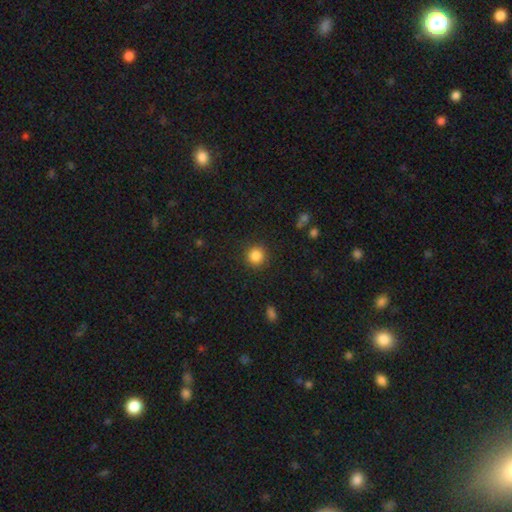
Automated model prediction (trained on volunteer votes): Smooth or featured: smooth — 85% (star or artifact — 10%)
How rounded: round — 94% (in between — 5%)
Merging: none — 90% (minor disturbance — 6%)